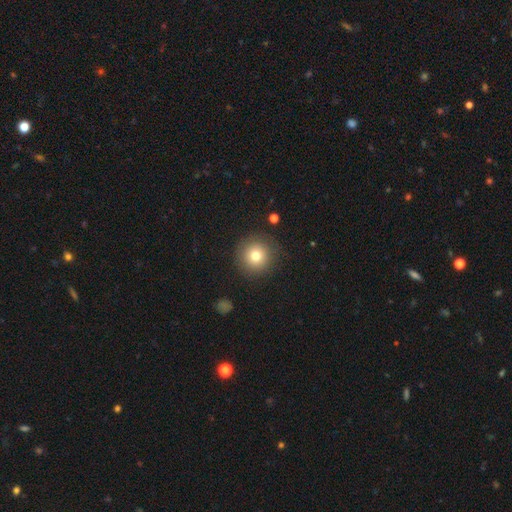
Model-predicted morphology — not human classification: smooth 77%, star or artifact 12%, featured or disk 11%. Down the decision tree: how rounded — round (95%); merging — none (88%).